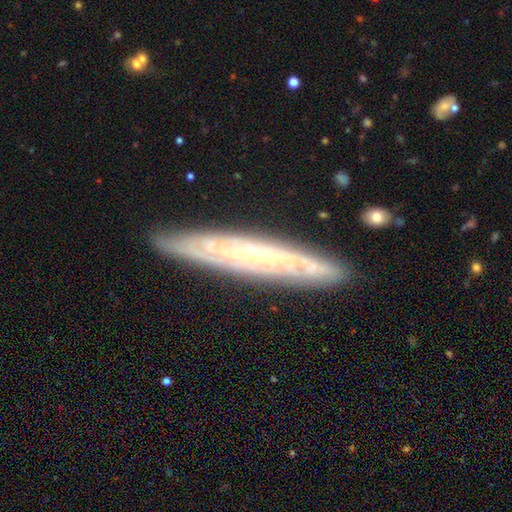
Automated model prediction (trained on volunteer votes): Smooth or featured? featured or disk (77%)
Edge-on disk? yes (54%)
Merging? none (85%)